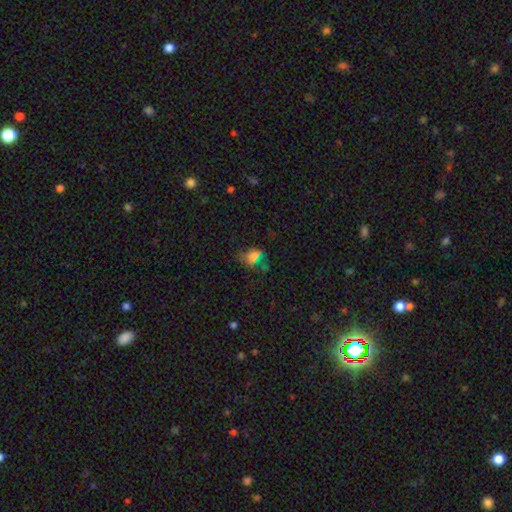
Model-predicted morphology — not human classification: A smooth galaxy with no disk features (57%) that is in between round and cigar-shaped (60%). Merging: none (51%).